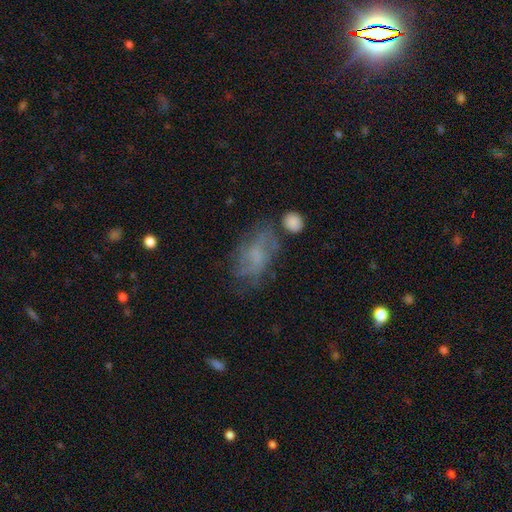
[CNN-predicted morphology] Smooth or featured?
  - featured or disk: 48% *
  - smooth: 40%
  - star or artifact: 12%
Merging?
  - none: 49% *
  - minor disturbance: 25%
  - major disturbance: 18%
  - merger: 7%